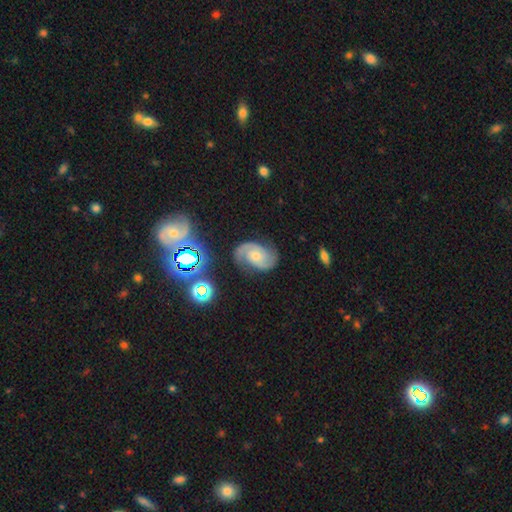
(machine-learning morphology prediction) The model was most divided on "bulge size": small: 50%, moderate: 41%, none: 5%, large: 3%, dominant: 1%. More confident: edge-on disk — no (98%); spiral arms — yes (97%); spiral arm count — 2 (90%); smooth or featured — featured or disk (81%); merging — none (74%); bar — no (66%); spiral winding — medium (51%).